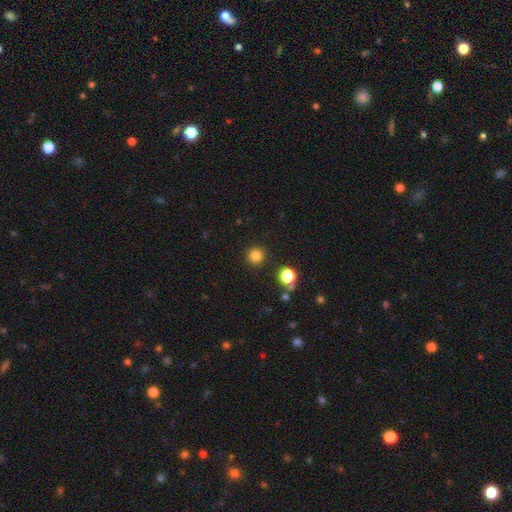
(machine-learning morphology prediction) Smooth or featured? smooth (83%)
How rounded? round (95%)
Merging? none (90%)